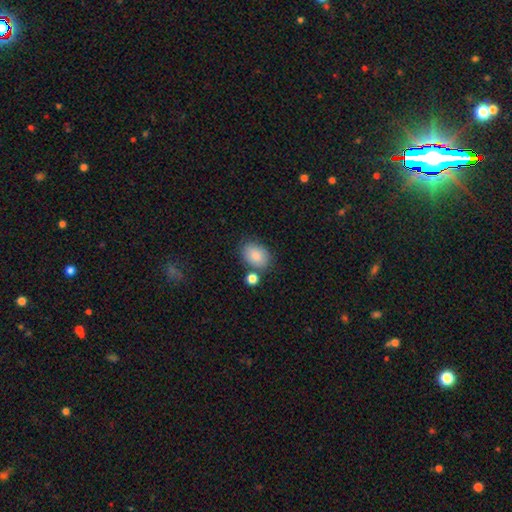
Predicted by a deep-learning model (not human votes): Smooth or featured? smooth (86%)
How rounded? in between (76%)
Merging? none (69%)